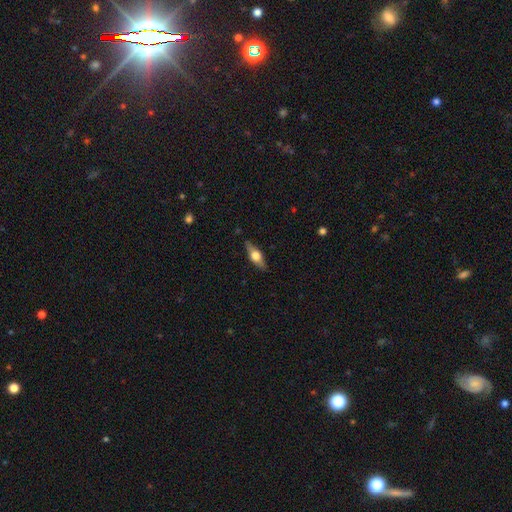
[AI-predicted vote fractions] Q: Smooth or featured?
A: featured or disk (60%); runner-up: smooth (34%)
Q: Edge-on disk?
A: yes (93%); runner-up: no (7%)
Q: Edge-on bulge?
A: rounded (93%); runner-up: boxy (5%)
Q: Merging?
A: none (86%); runner-up: minor disturbance (11%)